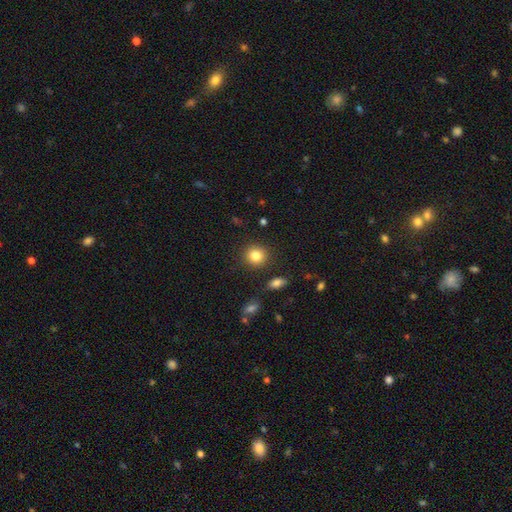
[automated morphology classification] A smooth galaxy with no disk features (83%) that is round (87%). Merging: none (88%).